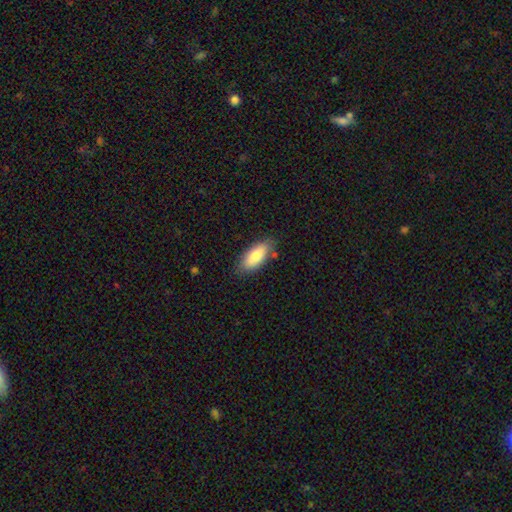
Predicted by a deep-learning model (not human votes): smooth_or_featured: smooth (p=0.81) [alt: featured or disk p=0.13]
how_rounded: in between (p=0.82) [alt: cigar-shaped p=0.16]
merging: none (p=0.79) [alt: minor disturbance p=0.15]